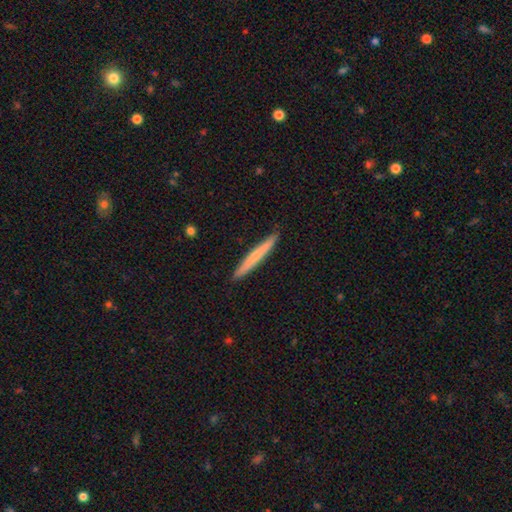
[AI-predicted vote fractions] smooth 64%, featured or disk 31%, star or artifact 5%. Down the decision tree: how rounded — cigar-shaped (97%); merging — none (91%).